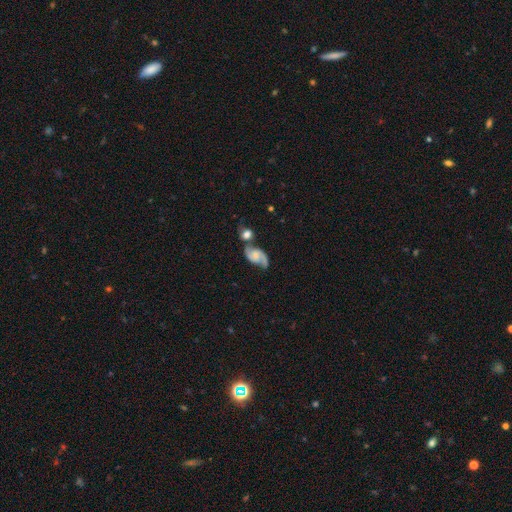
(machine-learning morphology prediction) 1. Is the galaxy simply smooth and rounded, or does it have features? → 82% featured or disk, 12% smooth, 6% star or artifact.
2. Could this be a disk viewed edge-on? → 97% no, 3% yes.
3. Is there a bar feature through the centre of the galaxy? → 61% no, 32% weak, 7% strong.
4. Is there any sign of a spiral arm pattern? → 96% yes, 4% no.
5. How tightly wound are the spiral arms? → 48% medium, 32% loose, 20% tight.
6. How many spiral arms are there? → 88% 2, 6% 1, 3% can't tell, 1% 3, 1% 4, 1% more than 4.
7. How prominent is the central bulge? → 49% small, 32% moderate, 13% none, 4% large, 2% dominant.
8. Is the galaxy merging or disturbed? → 44% none, 31% merger, 17% minor disturbance, 9% major disturbance.